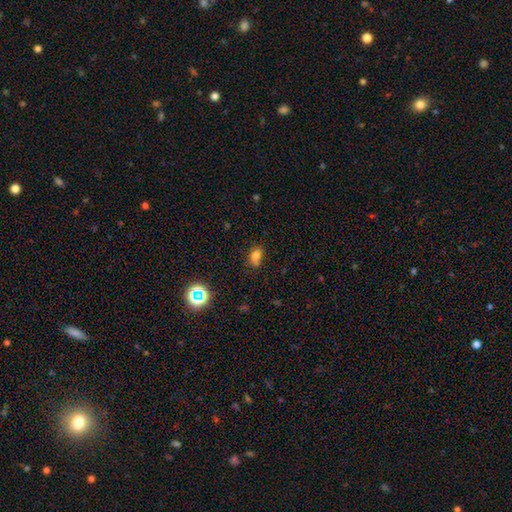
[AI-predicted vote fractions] smooth 74%, star or artifact 16%, featured or disk 11%. Down the decision tree: how rounded — in between (70%); merging — none (58%).